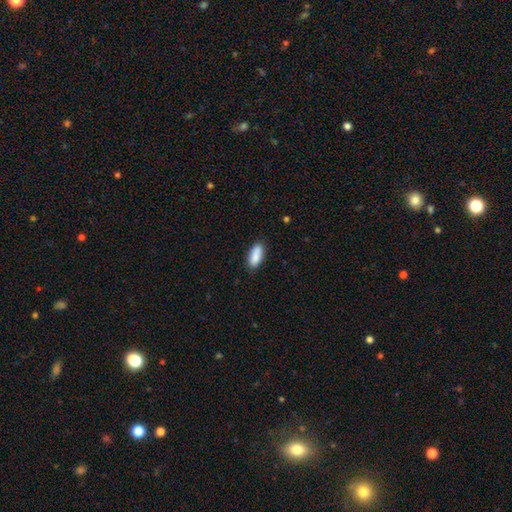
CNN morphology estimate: Smooth or featured? smooth (88%)
How rounded? in between (83%)
Merging? none (82%)